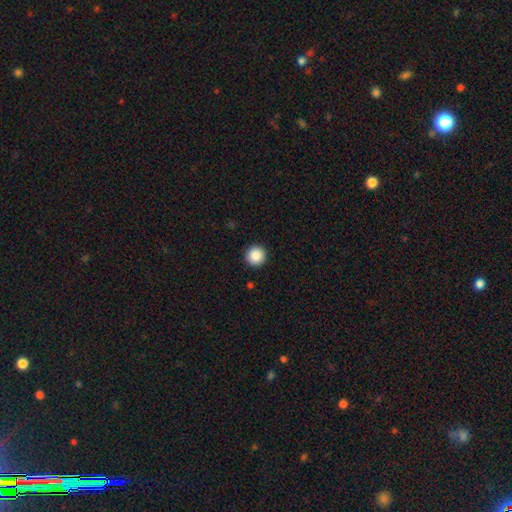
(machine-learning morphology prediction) smooth 87%, star or artifact 9%, featured or disk 4%. Down the decision tree: how rounded — round (95%); merging — none (93%).